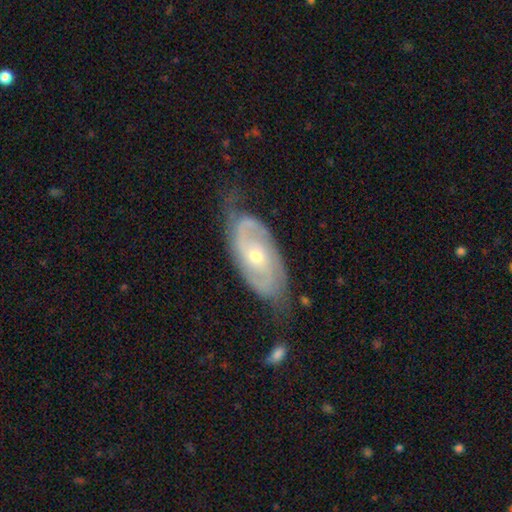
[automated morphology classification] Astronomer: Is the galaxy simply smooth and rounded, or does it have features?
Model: featured or disk — 85%.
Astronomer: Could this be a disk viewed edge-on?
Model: no — 94%.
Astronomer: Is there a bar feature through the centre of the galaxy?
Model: no — 68%.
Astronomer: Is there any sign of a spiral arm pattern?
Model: yes — 95%.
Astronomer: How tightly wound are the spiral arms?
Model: tight — 56% (runner-up: medium, 34%).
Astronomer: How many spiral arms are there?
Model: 2 — 65%.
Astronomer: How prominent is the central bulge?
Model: small — 57% (runner-up: moderate, 40%).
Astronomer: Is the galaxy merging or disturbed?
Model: none — 63%.